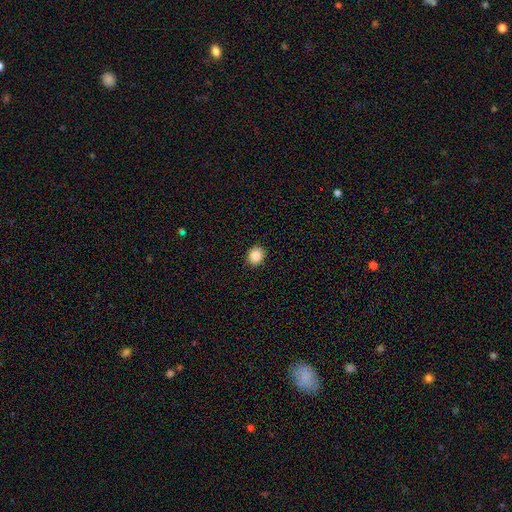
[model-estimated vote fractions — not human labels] smooth_or_featured: smooth (p=0.88) [alt: star or artifact p=0.09]
how_rounded: round (p=0.61) [alt: in between p=0.38]
merging: none (p=0.90) [alt: minor disturbance p=0.07]